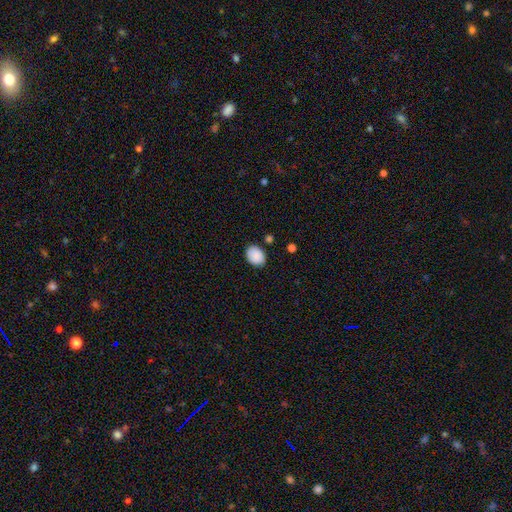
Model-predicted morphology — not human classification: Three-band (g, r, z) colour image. It shows a smooth galaxy with no disk features (90%) that is in between round and cigar-shaped (64%). Merging: none (84%).